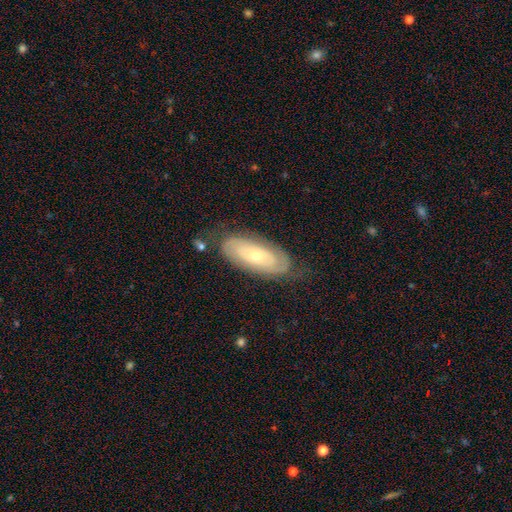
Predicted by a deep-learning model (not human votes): Smooth or featured: featured or disk — 64% (smooth — 30%)
Edge-on disk: no — 89% (yes — 11%)
Bar: no — 79% (weak — 16%)
Spiral arms: yes — 75% (no — 25%)
Bulge size: small — 55% (moderate — 42%)
Merging: none — 72% (minor disturbance — 19%)